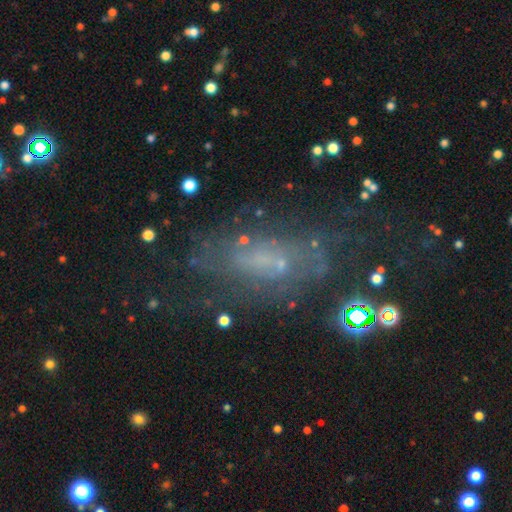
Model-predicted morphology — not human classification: smooth_or_featured: featured or disk (p=0.54) [alt: smooth p=0.29]
disk_edge_on: no (p=0.91) [alt: yes p=0.09]
merging: none (p=0.54) [alt: minor disturbance p=0.21]